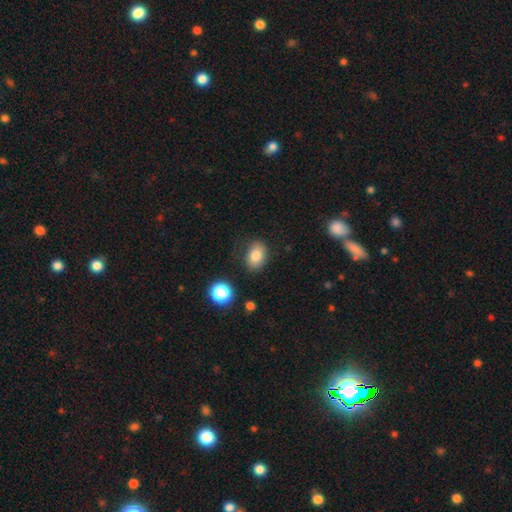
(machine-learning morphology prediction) Q: Smooth or featured?
A: smooth (81%); runner-up: star or artifact (10%)
Q: How rounded?
A: in between (73%); runner-up: round (26%)
Q: Merging?
A: none (80%); runner-up: minor disturbance (14%)